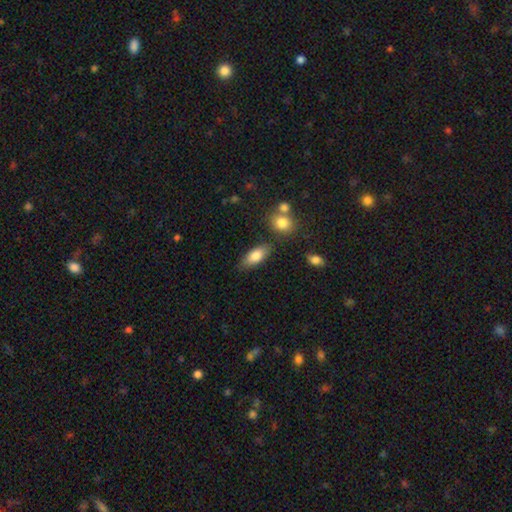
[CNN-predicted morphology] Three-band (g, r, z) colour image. It shows a smooth galaxy with no disk features (80%) that is in between round and cigar-shaped (82%). Merging: none (77%).